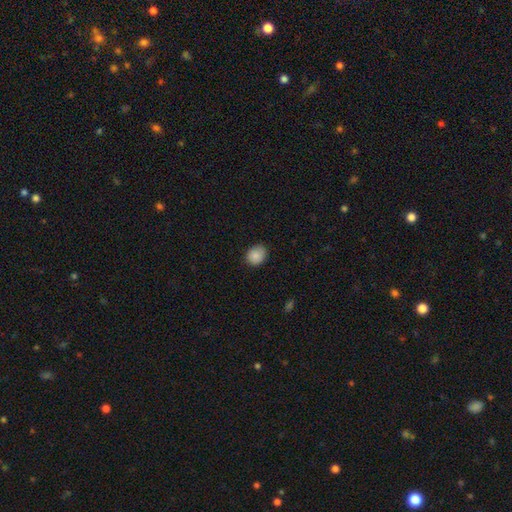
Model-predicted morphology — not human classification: smooth_or_featured: smooth (p=0.87) [alt: star or artifact p=0.09]
how_rounded: round (p=0.61) [alt: in between p=0.38]
merging: none (p=0.80) [alt: minor disturbance p=0.17]